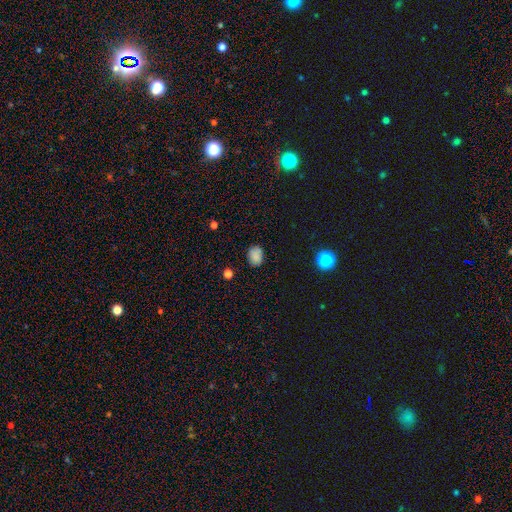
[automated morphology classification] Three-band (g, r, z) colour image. It shows a smooth galaxy with no disk features (82%) that is in between round and cigar-shaped (65%). Merging: none (76%).